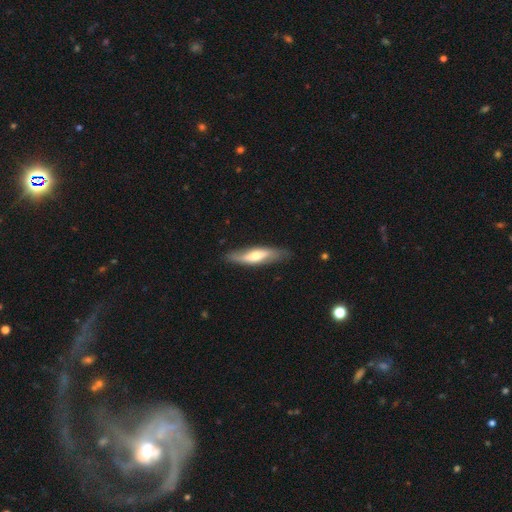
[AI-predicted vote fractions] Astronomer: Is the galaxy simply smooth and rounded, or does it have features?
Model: smooth — 48% (runner-up: featured or disk, 47%).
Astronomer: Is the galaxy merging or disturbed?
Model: none — 79%.